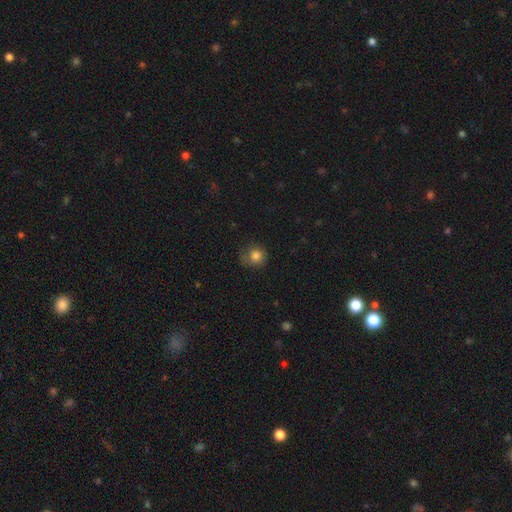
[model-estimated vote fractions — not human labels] Overall: smooth (82%). How rounded: round (88%). Merging: none (65%).